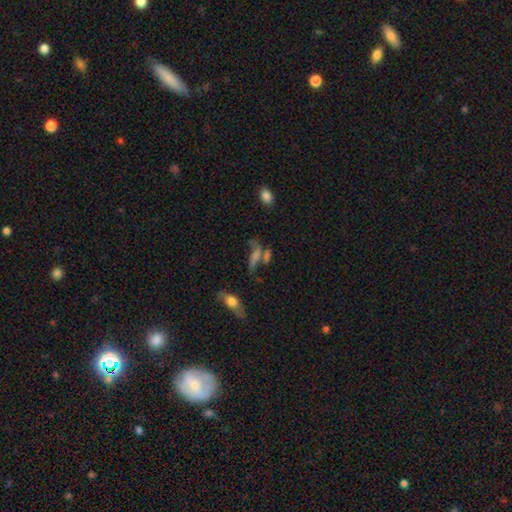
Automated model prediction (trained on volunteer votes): Morphology: type=featured or disk (40%); merging=none (42%).